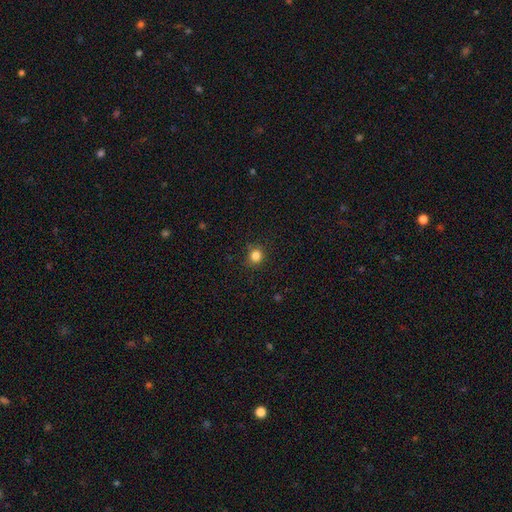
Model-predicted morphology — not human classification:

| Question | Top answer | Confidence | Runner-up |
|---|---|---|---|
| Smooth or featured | smooth | 83% | star or artifact (13%) |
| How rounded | round | 84% | in between (15%) |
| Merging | none | 85% | minor disturbance (10%) |